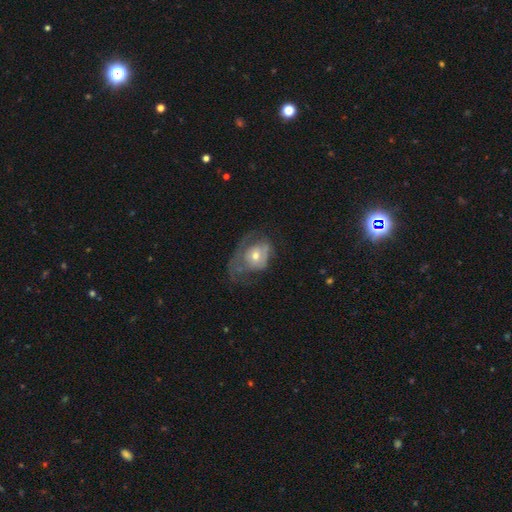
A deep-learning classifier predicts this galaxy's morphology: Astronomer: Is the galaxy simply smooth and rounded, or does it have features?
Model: featured or disk — 55% (runner-up: smooth, 37%).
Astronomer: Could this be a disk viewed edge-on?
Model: no — 95%.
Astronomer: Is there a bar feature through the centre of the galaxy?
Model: no — 79%.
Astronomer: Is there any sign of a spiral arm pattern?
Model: yes — 50%, tied with no at 50%.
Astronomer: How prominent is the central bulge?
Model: moderate — 59%.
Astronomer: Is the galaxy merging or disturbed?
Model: major disturbance — 50% (runner-up: none, 25%).